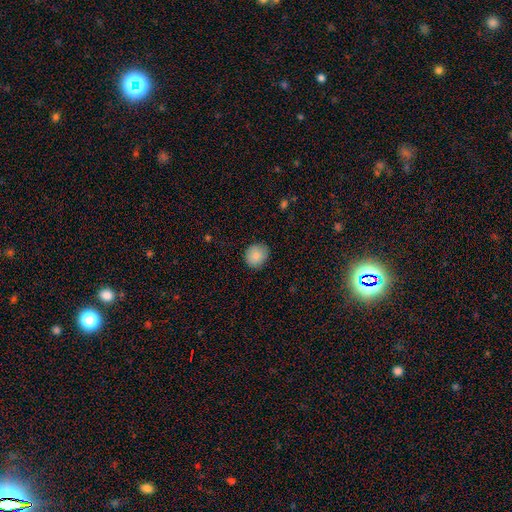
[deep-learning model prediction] smooth-or-featured: smooth: 87% | star or artifact: 8% | featured or disk: 5%
  how-rounded: round: 82% | in between: 17% | cigar-shaped: 1%
  merging: none: 85% | minor disturbance: 12% | major disturbance: 2% | merger: 1%